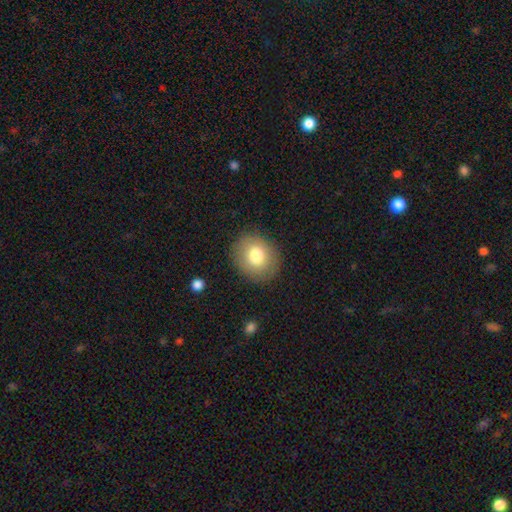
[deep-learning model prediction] Morphology: type=smooth (77%); roundness=round (69%); merging=none (87%).